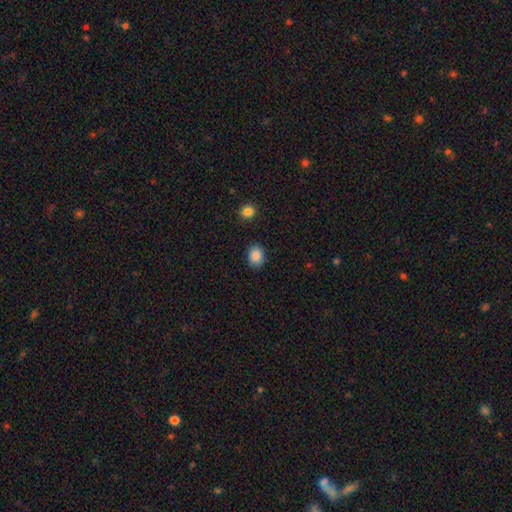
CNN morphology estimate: Smooth or featured? Predicted: smooth (p=0.88). How rounded? Predicted: in between (p=0.52). Merging? Predicted: none (p=0.86).